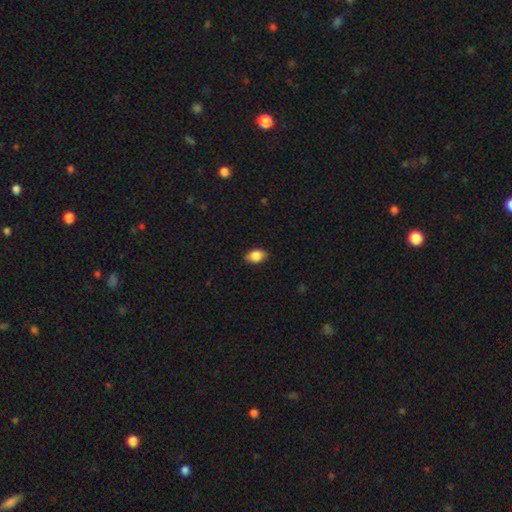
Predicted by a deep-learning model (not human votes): Smooth or featured: smooth — 87% (star or artifact — 7%)
How rounded: in between — 88% (round — 10%)
Merging: none — 88% (minor disturbance — 9%)